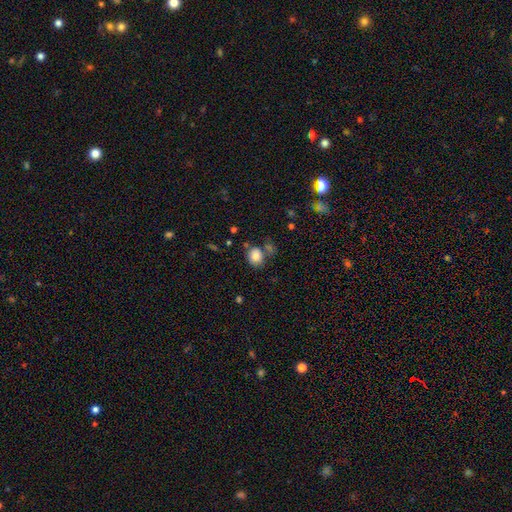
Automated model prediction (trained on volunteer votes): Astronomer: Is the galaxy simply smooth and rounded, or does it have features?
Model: smooth — 84%.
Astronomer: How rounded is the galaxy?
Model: round — 67%.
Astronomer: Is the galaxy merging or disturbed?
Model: none — 62%.